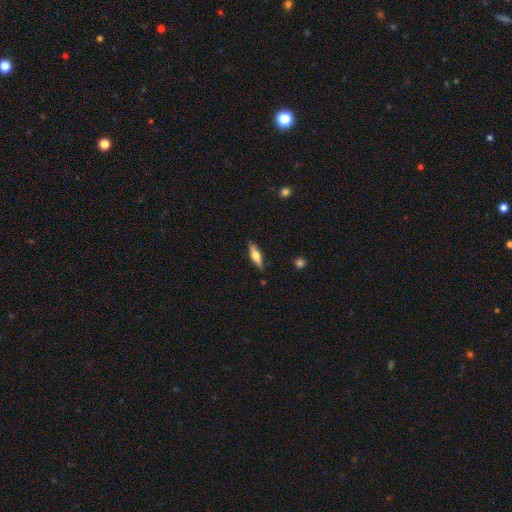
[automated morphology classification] Smooth or featured? Predicted: featured or disk (p=0.50). Merging? Predicted: none (p=0.86).